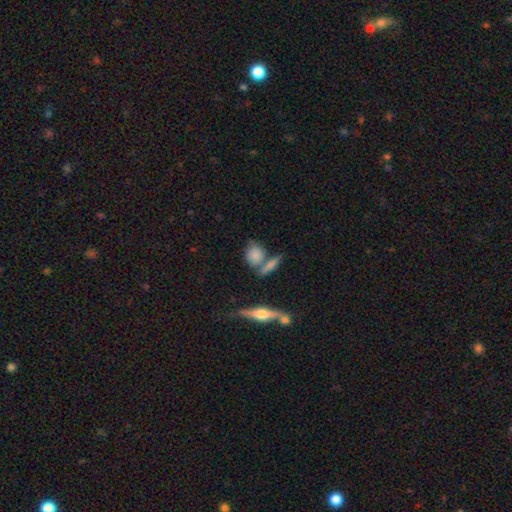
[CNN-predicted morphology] The model was most divided on "how rounded": in between: 50%, round: 44%, cigar-shaped: 7%. More confident: smooth or featured — smooth (76%); merging — none (53%).